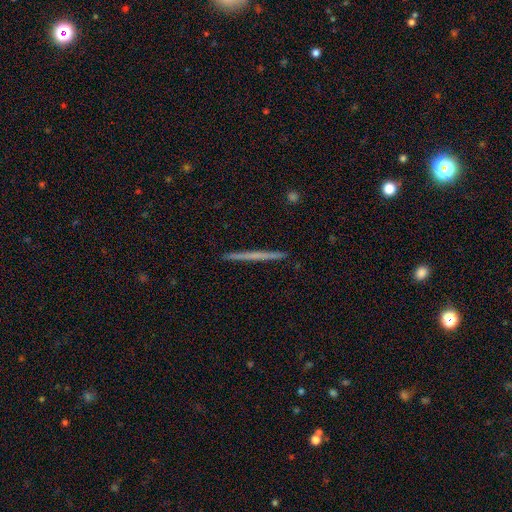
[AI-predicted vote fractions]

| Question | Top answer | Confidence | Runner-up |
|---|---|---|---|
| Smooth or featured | featured or disk | 49% | smooth (45%) |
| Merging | none | 93% | minor disturbance (5%) |